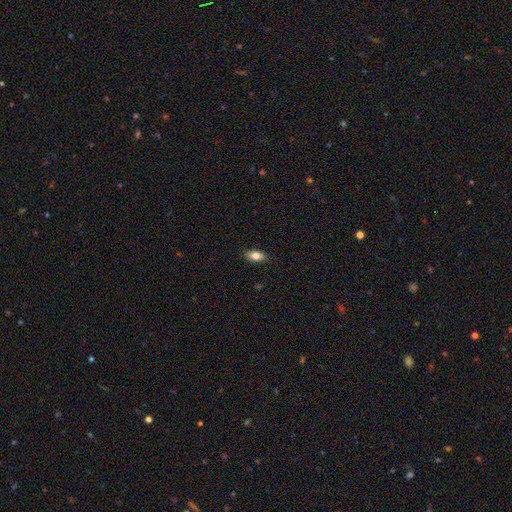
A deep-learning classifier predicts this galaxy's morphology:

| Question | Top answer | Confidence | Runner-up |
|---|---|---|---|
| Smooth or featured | smooth | 81% | featured or disk (12%) |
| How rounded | in between | 89% | cigar-shaped (8%) |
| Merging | none | 88% | minor disturbance (9%) |